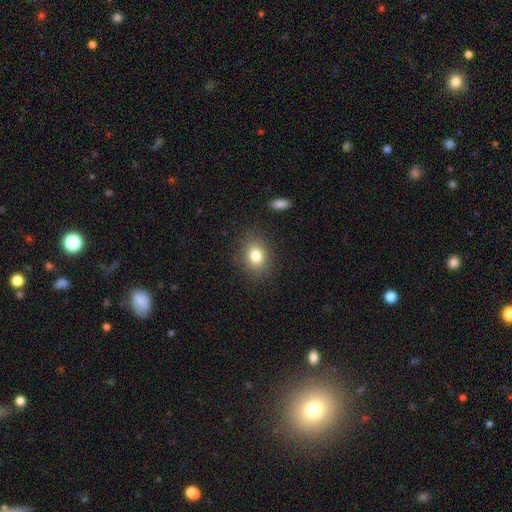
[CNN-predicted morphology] The model was most divided on "how rounded": in between: 54%, round: 45%, cigar-shaped: 1%. More confident: merging — none (85%); smooth or featured — smooth (80%).